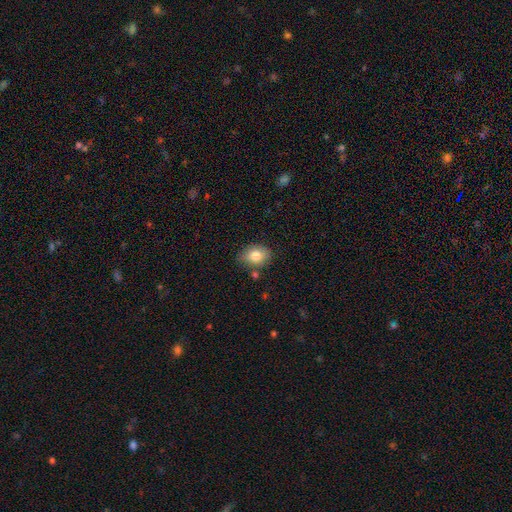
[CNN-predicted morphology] This is clearly a smooth galaxy (81%). How rounded: likely in between (70%). Merging: likely none (76%).